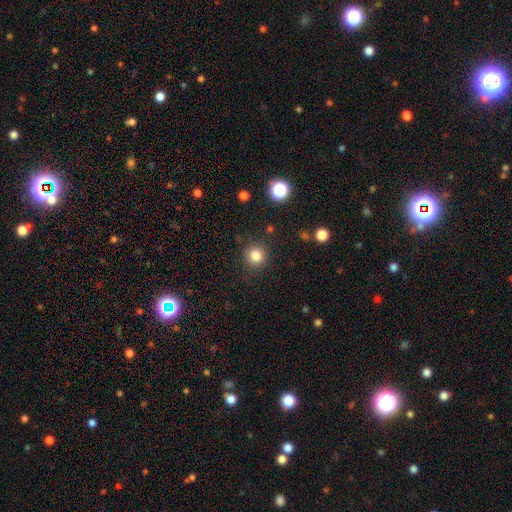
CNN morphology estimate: Smooth or featured? Predicted: smooth (p=0.83). How rounded? Predicted: round (p=0.93). Merging? Predicted: none (p=0.87).